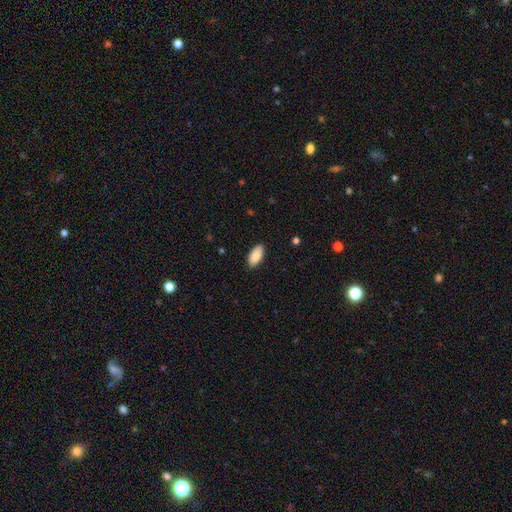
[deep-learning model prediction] A smooth galaxy with no disk features (90%) that is in between round and cigar-shaped (93%).

Vote fractions:
- Smooth or featured? smooth: 90% / star or artifact: 6% / featured or disk: 4%
- How rounded? in between: 93% / cigar-shaped: 5% / round: 2%
- Merging? none: 88% / minor disturbance: 9% / major disturbance: 2% / merger: 1%